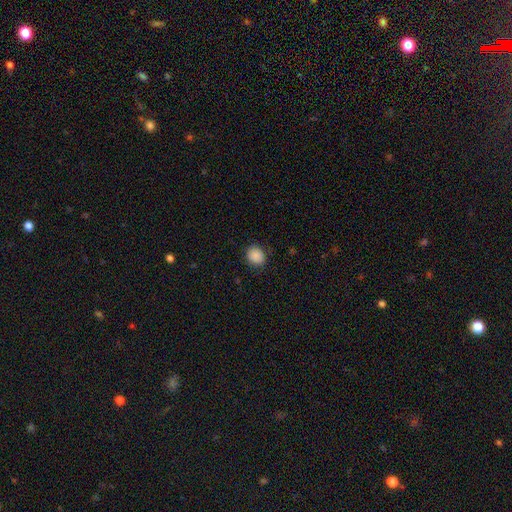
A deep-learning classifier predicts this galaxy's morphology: smooth_or_featured: smooth (p=0.89) [alt: star or artifact p=0.08]
how_rounded: round (p=0.70) [alt: in between p=0.29]
merging: none (p=0.88) [alt: minor disturbance p=0.09]